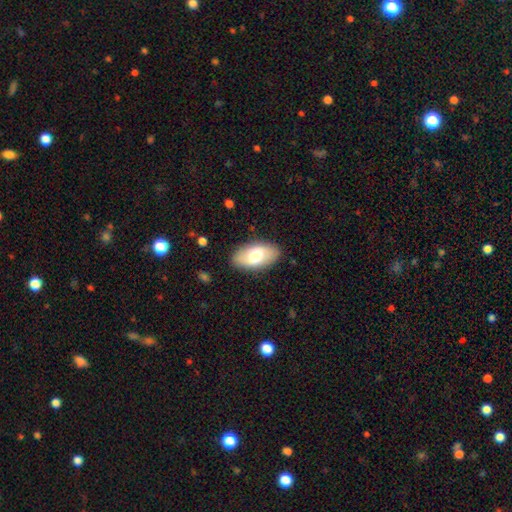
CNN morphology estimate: type=smooth (63%); roundness=in between (93%); merging=none (86%).